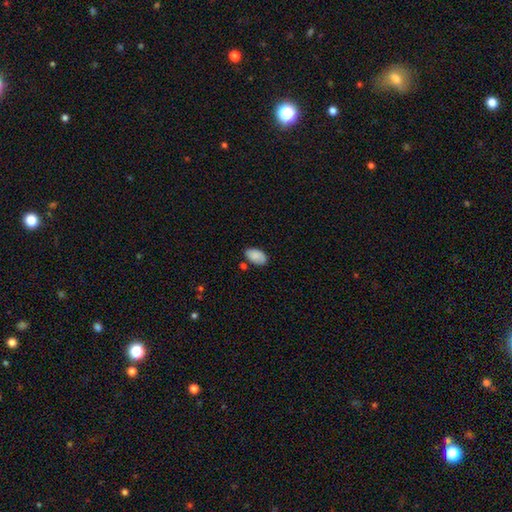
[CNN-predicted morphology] A smooth galaxy with no disk features (87%) that is in between round and cigar-shaped (93%). Merging: none (71%).